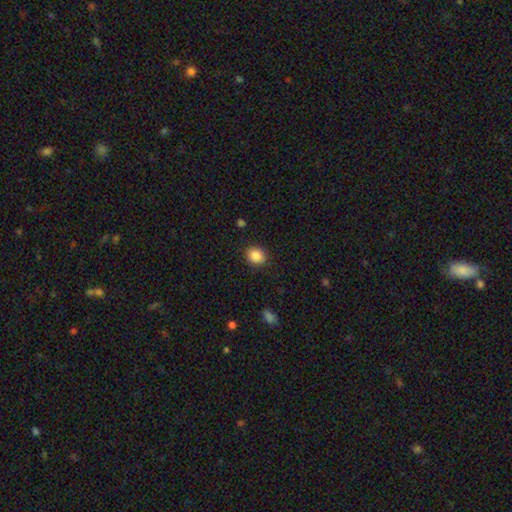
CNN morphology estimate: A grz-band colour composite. It shows a smooth galaxy with no disk features (87%) that is round (70%). Merging: none (89%).